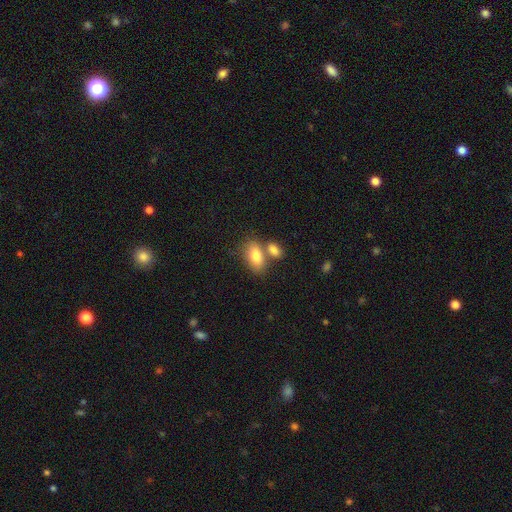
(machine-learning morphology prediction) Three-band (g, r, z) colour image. It shows a smooth galaxy with no disk features (83%) that is in between round and cigar-shaped (91%). Merging: none (47%).